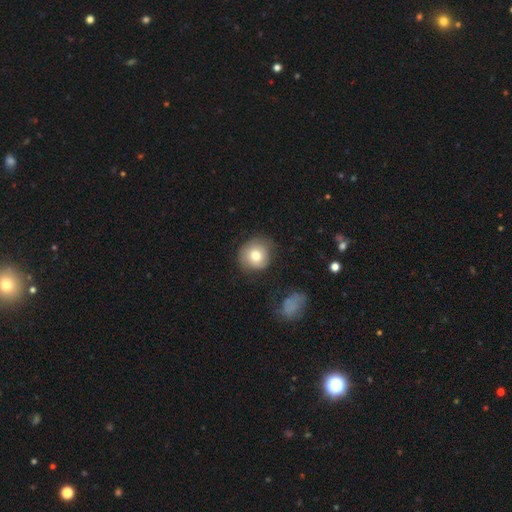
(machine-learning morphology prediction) smooth-or-featured: smooth: 75% | featured or disk: 17% | star or artifact: 9%
  how-rounded: round: 87% | in between: 12% | cigar-shaped: 1%
  merging: none: 74% | minor disturbance: 19% | major disturbance: 5% | merger: 2%